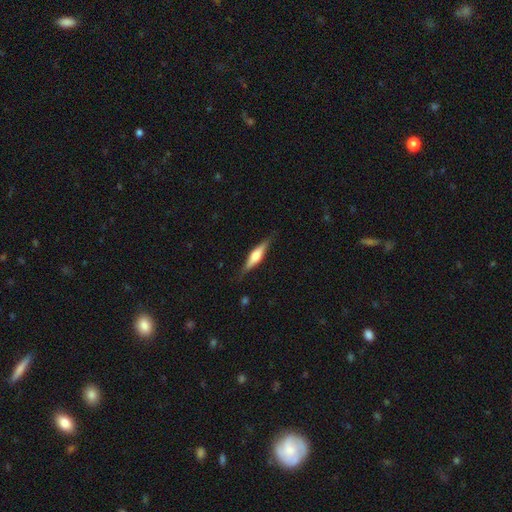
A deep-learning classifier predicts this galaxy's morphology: The model was most divided on "smooth or featured": featured or disk: 55%, smooth: 39%, star or artifact: 6%. More confident: edge-on disk — yes (96%); merging — none (83%); edge-on bulge — rounded (81%).